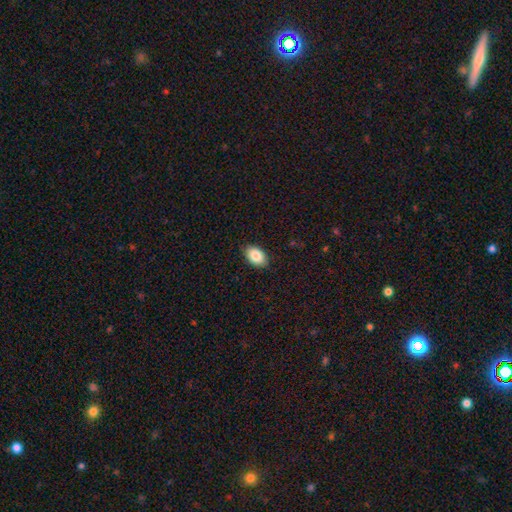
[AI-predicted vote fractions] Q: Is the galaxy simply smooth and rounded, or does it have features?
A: smooth — 86%.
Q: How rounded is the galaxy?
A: in between — 88%.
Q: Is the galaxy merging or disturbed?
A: none — 87%.